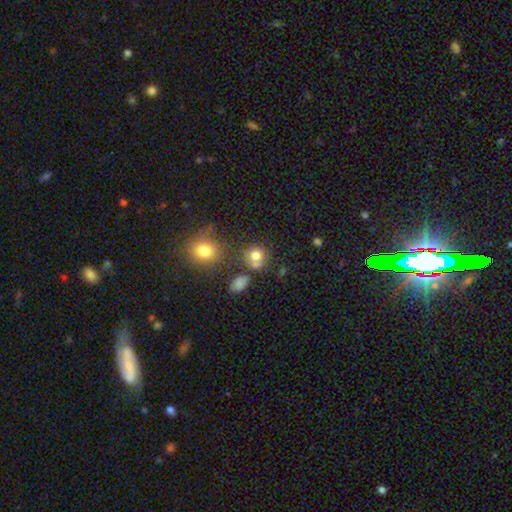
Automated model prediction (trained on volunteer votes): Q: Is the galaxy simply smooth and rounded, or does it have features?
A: smooth — 77%.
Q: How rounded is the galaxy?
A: round — 79%.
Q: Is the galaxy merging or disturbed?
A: none — 57%.